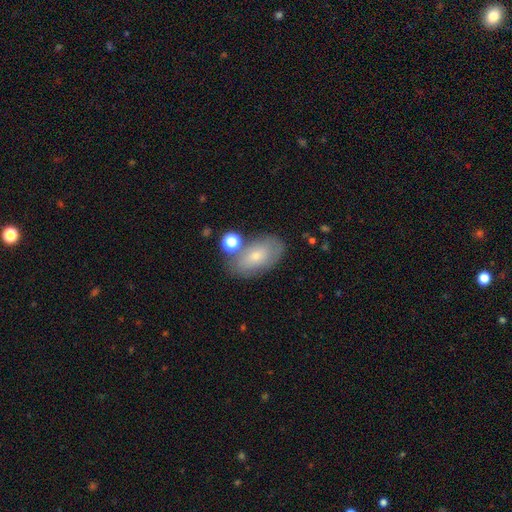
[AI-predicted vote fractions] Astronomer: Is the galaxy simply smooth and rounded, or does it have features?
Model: smooth — 62%.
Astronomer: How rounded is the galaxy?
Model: in between — 89%.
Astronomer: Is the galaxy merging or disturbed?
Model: none — 64%.